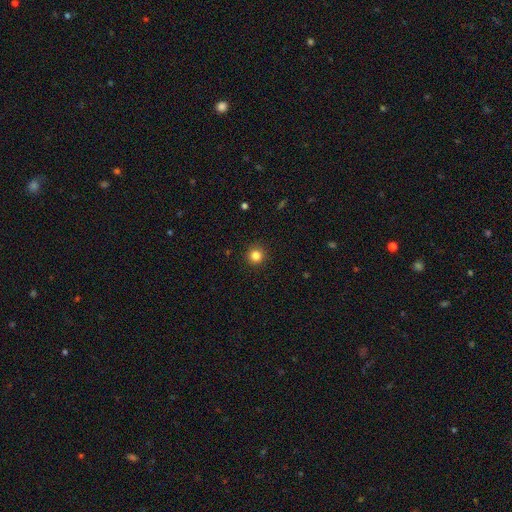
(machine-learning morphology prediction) Smooth or featured: smooth — 83% (star or artifact — 12%)
How rounded: round — 95% (in between — 4%)
Merging: none — 92% (minor disturbance — 5%)